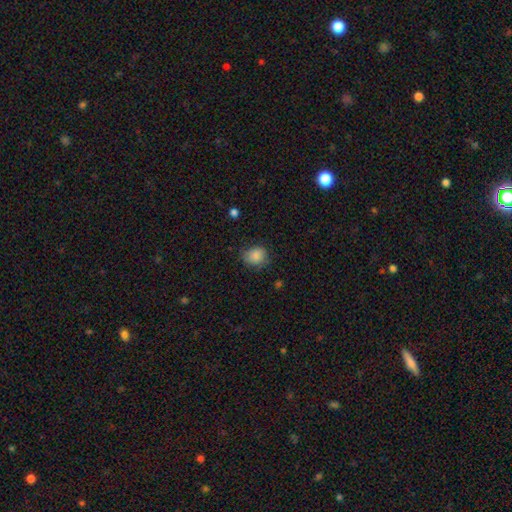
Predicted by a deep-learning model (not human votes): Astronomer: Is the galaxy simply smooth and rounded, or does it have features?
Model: smooth — 86%.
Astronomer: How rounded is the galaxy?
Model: round — 62% (runner-up: in between, 37%).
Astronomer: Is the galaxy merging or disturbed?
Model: none — 69%.